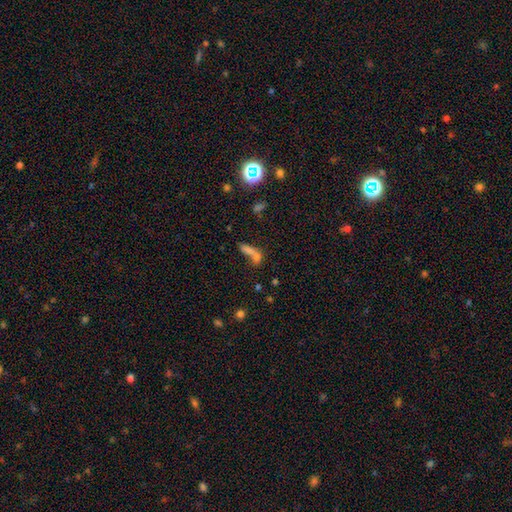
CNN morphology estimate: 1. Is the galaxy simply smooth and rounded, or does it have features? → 65% smooth, 19% star or artifact, 17% featured or disk.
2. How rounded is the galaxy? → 52% in between, 32% cigar-shaped, 16% round.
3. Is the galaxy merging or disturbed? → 57% merger, 27% none, 8% major disturbance, 8% minor disturbance.